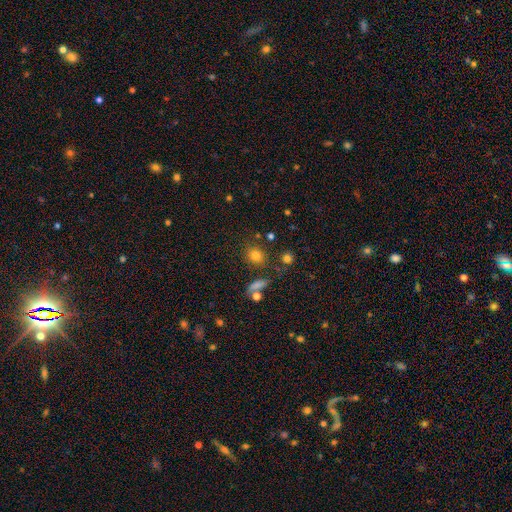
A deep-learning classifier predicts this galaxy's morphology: This appears to be a smooth galaxy with no disk features (77%) that is round (67%). Merging: none (76%).